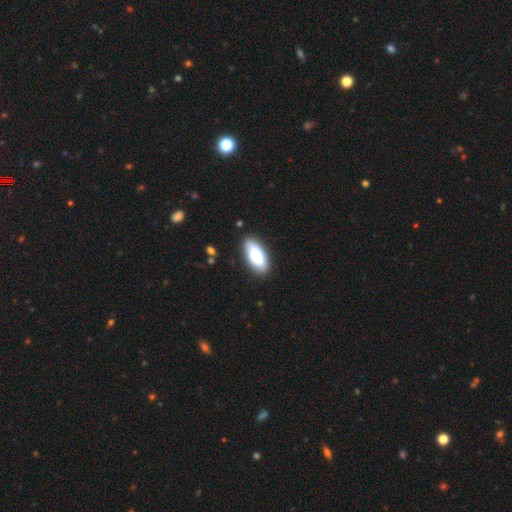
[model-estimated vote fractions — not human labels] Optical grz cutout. It shows a smooth galaxy with no disk features (82%) that is in between round and cigar-shaped (88%). Merging: none (87%).